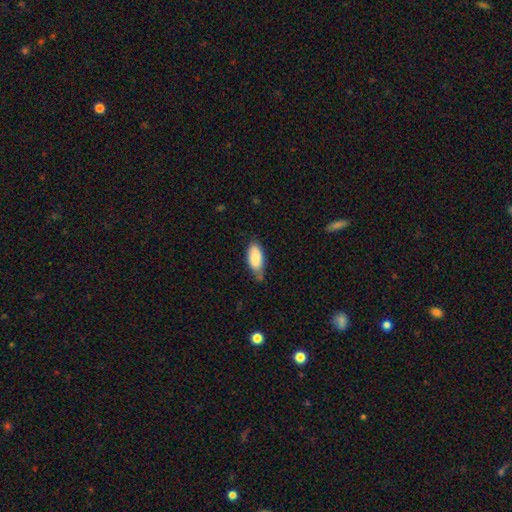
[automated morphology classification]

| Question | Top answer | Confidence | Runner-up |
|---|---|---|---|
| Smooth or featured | smooth | 86% | featured or disk (8%) |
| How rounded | in between | 88% | cigar-shaped (10%) |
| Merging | none | 50% | minor disturbance (39%) |